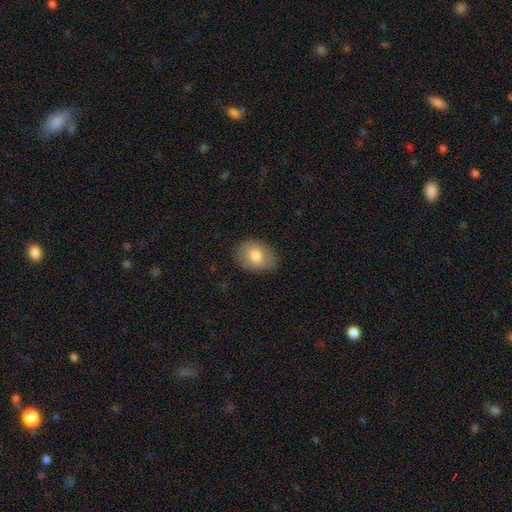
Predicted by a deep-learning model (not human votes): The model was most divided on "how rounded": in between: 69%, round: 30%, cigar-shaped: 1%. More confident: merging — none (82%); smooth or featured — smooth (76%).